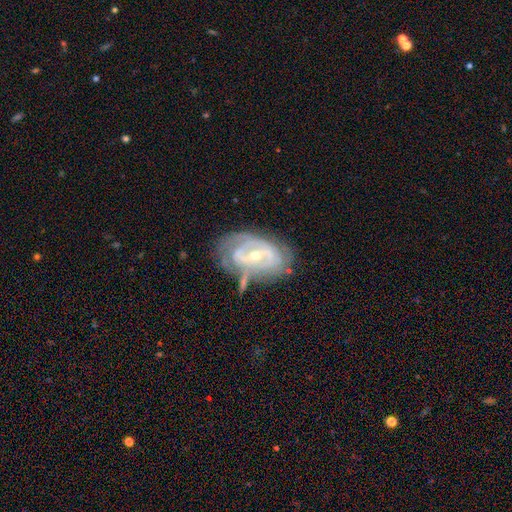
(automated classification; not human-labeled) Smooth or featured: featured or disk — 83% (smooth — 11%)
Edge-on disk: no — 95% (yes — 5%)
Bar: strong — 40% (weak — 39%)
Spiral arms: yes — 78% (no — 22%)
Spiral winding: tight — 55% (medium — 33%)
Spiral arm count: 2 — 48% (can't tell — 32%)
Bulge size: small — 49% (moderate — 48%)
Merging: none — 55% (minor disturbance — 24%)